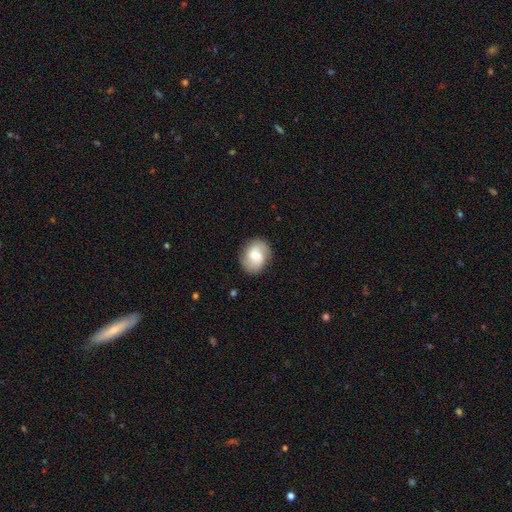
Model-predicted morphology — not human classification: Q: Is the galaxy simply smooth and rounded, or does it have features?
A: featured or disk — 52%.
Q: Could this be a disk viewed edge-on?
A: no — 97%.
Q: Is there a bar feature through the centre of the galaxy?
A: weak — 48%.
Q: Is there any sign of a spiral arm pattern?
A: yes — 88%.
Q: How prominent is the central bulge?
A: moderate — 49%.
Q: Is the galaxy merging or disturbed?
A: none — 81%.